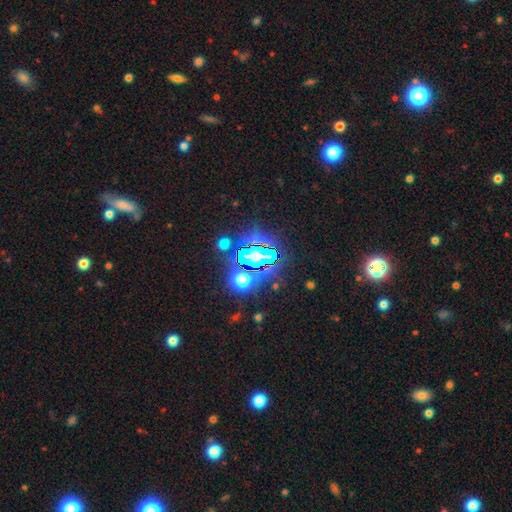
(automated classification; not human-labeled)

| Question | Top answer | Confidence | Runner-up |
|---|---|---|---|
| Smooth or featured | star or artifact | 78% | smooth (14%) |